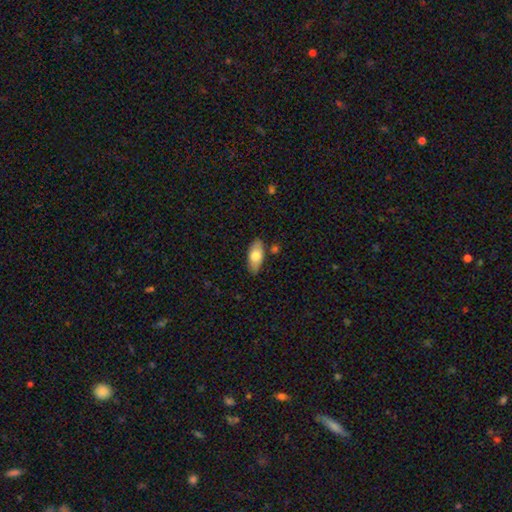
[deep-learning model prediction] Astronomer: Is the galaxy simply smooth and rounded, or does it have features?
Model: smooth — 74%.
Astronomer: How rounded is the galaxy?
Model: in between — 87%.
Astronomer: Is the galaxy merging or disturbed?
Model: none — 83%.